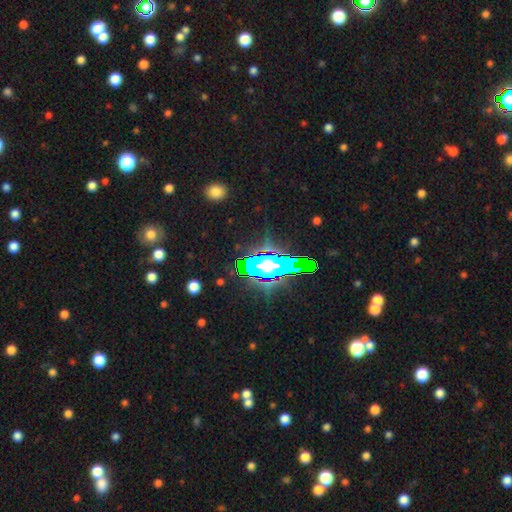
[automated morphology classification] Q: Smooth or featured?
A: star or artifact (62%); runner-up: featured or disk (20%)